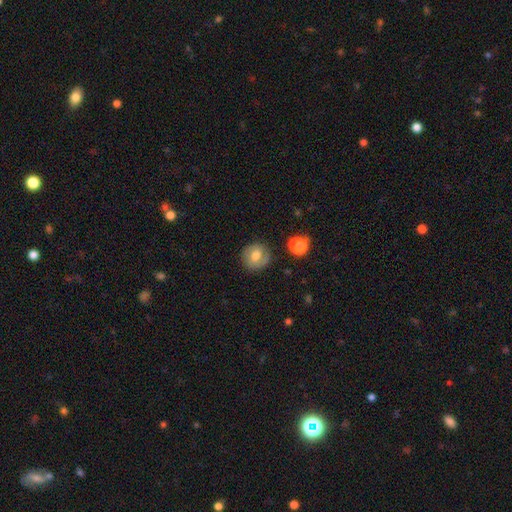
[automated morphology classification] Smooth or featured? Predicted: smooth (p=0.59). How rounded? Predicted: round (p=0.83). Merging? Predicted: none (p=0.81).